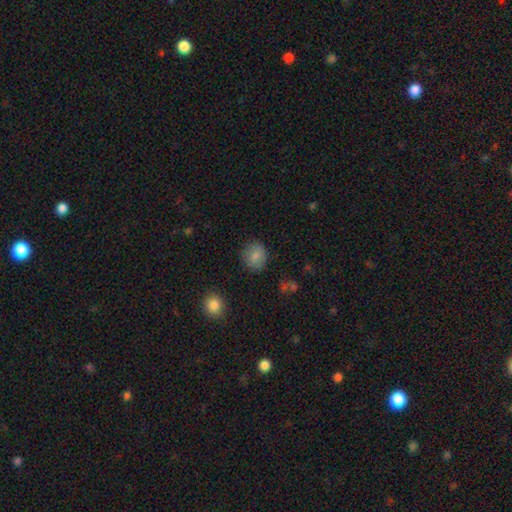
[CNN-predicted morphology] This is clearly a smooth galaxy (83%). How rounded: likely round (77%). Merging: clearly none (84%).